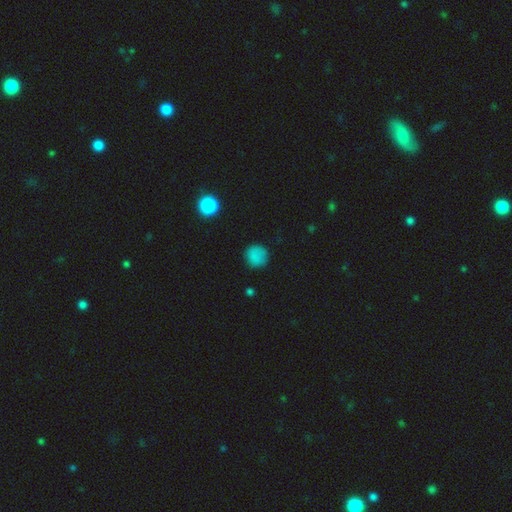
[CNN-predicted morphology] This is clearly a smooth galaxy (83%). How rounded: clearly round (92%). Merging: clearly none (85%).